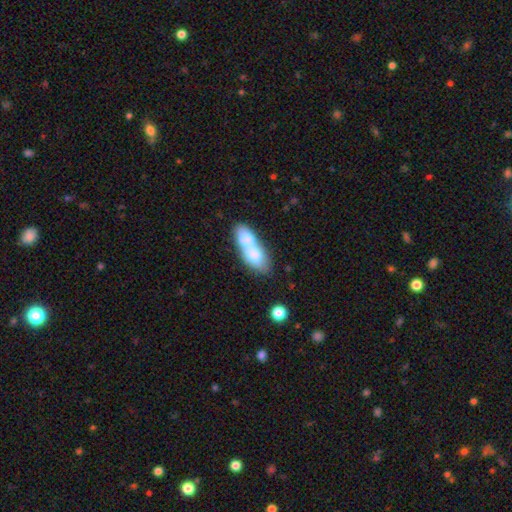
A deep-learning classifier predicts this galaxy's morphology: smooth 60%, featured or disk 32%, star or artifact 7%. Down the decision tree: how rounded — in between (74%); merging — merger (70%).